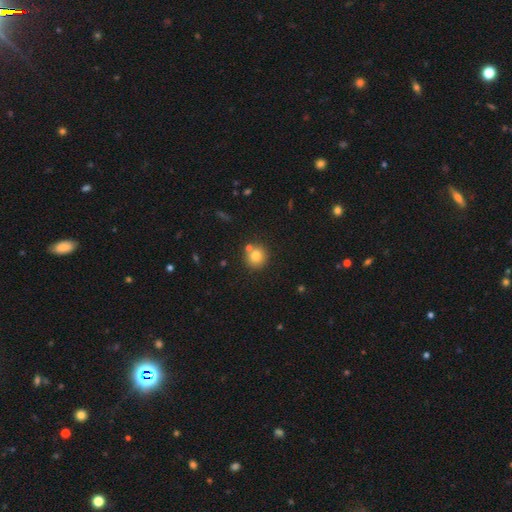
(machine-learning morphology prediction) The model was most divided on "merging": none: 75%, merger: 14%, minor disturbance: 8%, major disturbance: 2%. More confident: how rounded — round (93%); smooth or featured — smooth (78%).